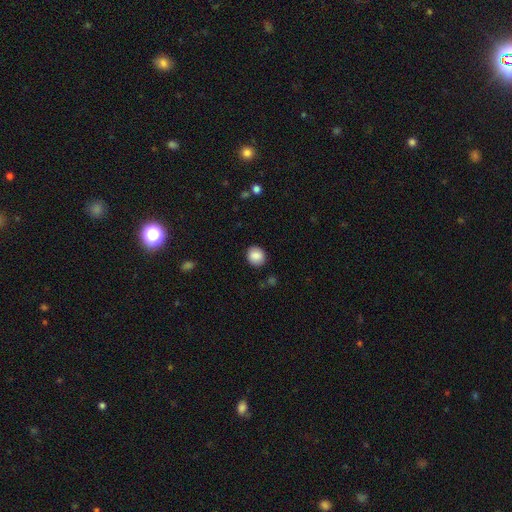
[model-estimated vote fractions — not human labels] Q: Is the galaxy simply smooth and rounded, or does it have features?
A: smooth — 88%.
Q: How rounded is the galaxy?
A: round — 80%.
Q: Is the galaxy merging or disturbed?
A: none — 90%.